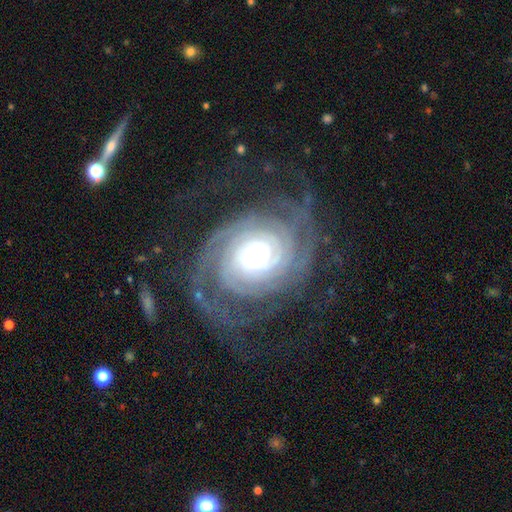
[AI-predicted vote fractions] A featured or disk galaxy (89%) with no bar (79%), 2 (26%) tight (81%) spiral arms (98%) and a small central bulge (54%). Merging: none (70%).